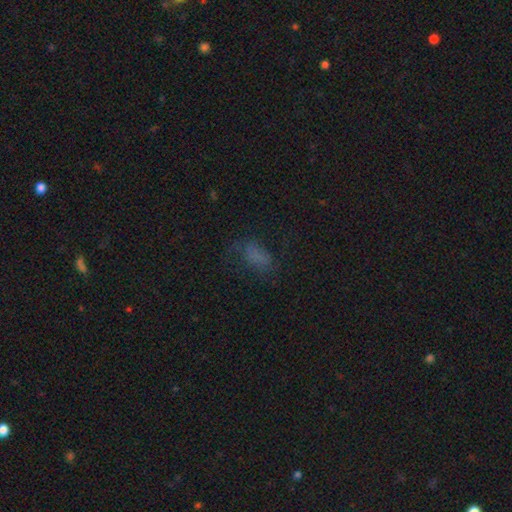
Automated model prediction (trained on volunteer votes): Smooth or featured?
  - smooth: 62% *
  - star or artifact: 21%
  - featured or disk: 18%
How rounded?
  - in between: 86% *
  - round: 8%
  - cigar-shaped: 6%
Merging?
  - none: 51% *
  - minor disturbance: 24%
  - major disturbance: 23%
  - merger: 2%